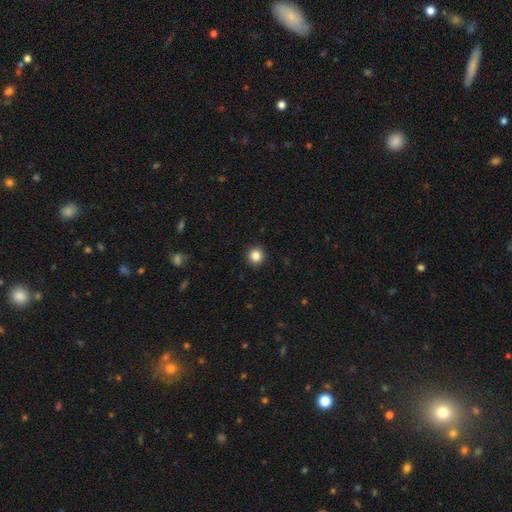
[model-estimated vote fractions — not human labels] smooth-or-featured: smooth: 84% | star or artifact: 11% | featured or disk: 5%
  how-rounded: round: 95% | in between: 4% | cigar-shaped: 1%
  merging: none: 93% | minor disturbance: 4% | major disturbance: 1% | merger: 1%